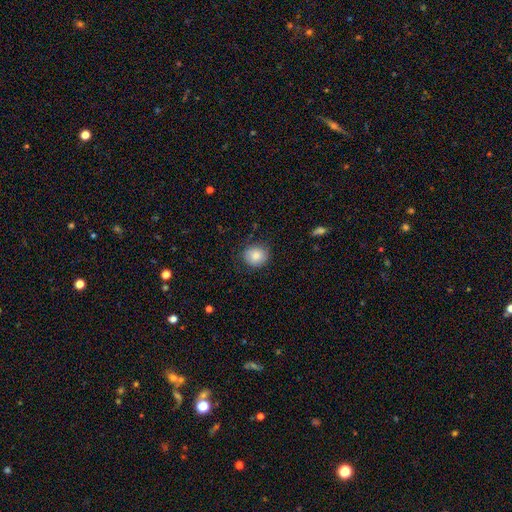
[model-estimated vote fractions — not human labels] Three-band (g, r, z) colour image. It shows a smooth galaxy with no disk features (84%) that is round (75%). Merging: none (81%).